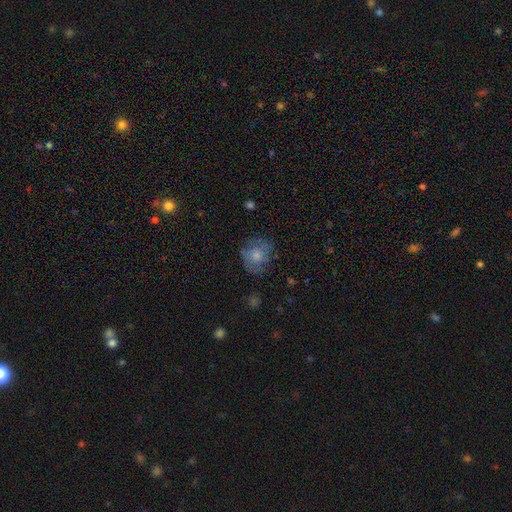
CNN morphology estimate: smooth 59%, featured or disk 28%, star or artifact 13%. Down the decision tree: how rounded — round (73%); merging — none (69%).